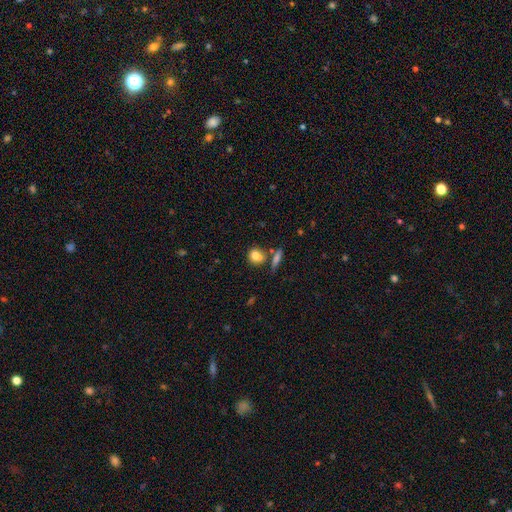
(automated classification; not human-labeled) Morphology: type=smooth (80%); roundness=round (66%); merging=none (58%).